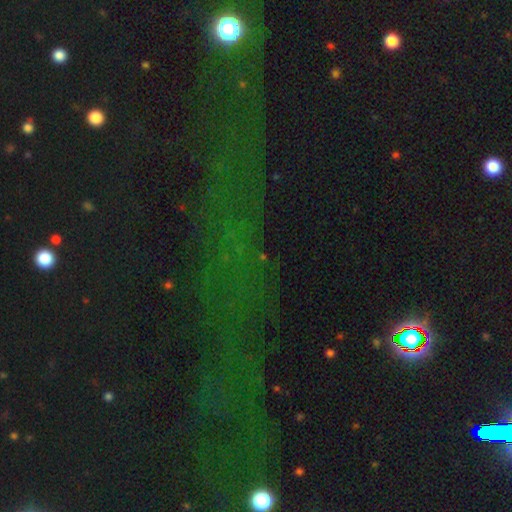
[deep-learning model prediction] Smooth or featured?
  - star or artifact: 70% *
  - smooth: 17%
  - featured or disk: 13%